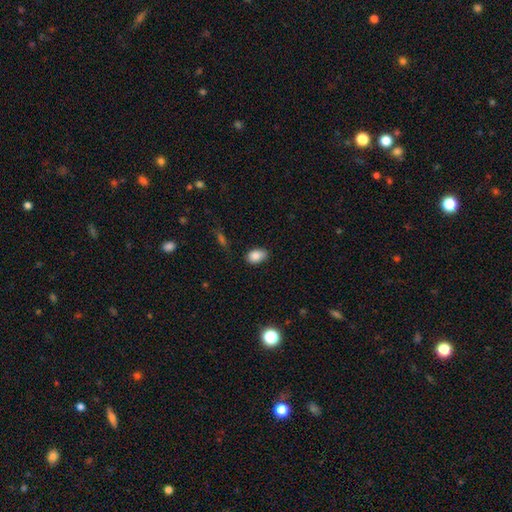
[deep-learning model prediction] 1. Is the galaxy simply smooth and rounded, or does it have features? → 87% smooth, 8% star or artifact, 5% featured or disk.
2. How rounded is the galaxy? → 86% in between, 12% round, 1% cigar-shaped.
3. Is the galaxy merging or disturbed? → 73% none, 21% minor disturbance, 4% major disturbance, 2% merger.